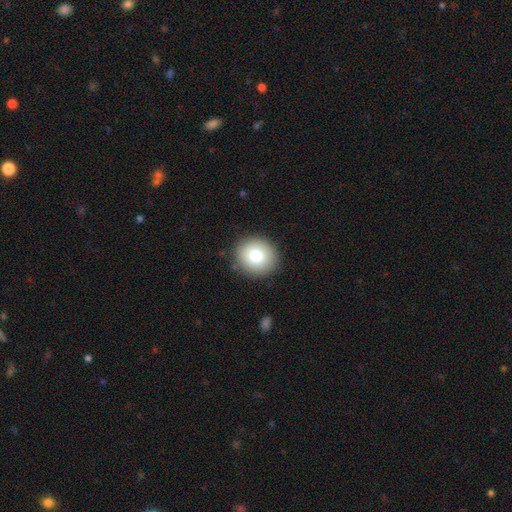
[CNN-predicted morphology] A smooth galaxy with no disk features (78%) that is round (86%).

Vote fractions:
- Smooth or featured? smooth: 78% / featured or disk: 12% / star or artifact: 10%
- How rounded? round: 86% / in between: 13% / cigar-shaped: 1%
- Merging? none: 89% / minor disturbance: 7% / major disturbance: 2% / merger: 1%